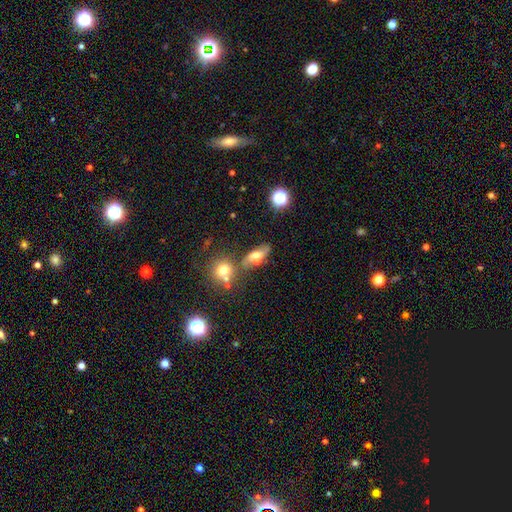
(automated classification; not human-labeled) Smooth or featured?
  - smooth: 49% *
  - featured or disk: 36%
  - star or artifact: 15%
Merging?
  - none: 52% *
  - merger: 21%
  - minor disturbance: 18%
  - major disturbance: 9%